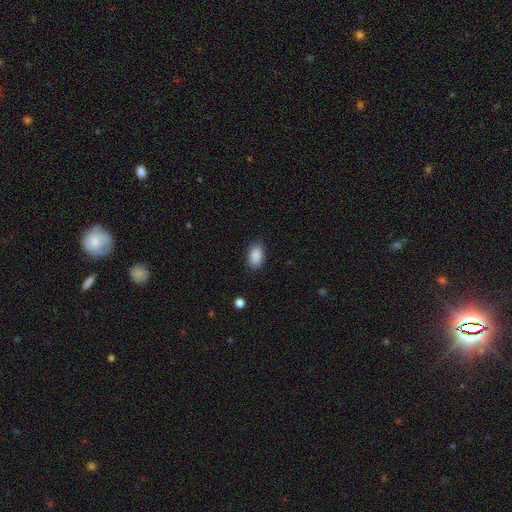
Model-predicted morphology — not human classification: Smooth or featured?
  - smooth: 89% *
  - star or artifact: 7%
  - featured or disk: 4%
How rounded?
  - in between: 92% *
  - round: 6%
  - cigar-shaped: 2%
Merging?
  - none: 84% *
  - minor disturbance: 12%
  - major disturbance: 3%
  - merger: 1%